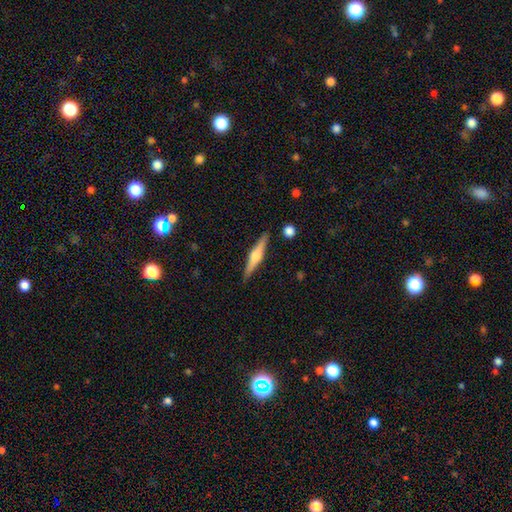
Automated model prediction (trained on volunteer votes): This appears to be a featured or disk galaxy (71%) viewed edge-on (98%) with a rounded central bulge (90%). Merging: none (88%).